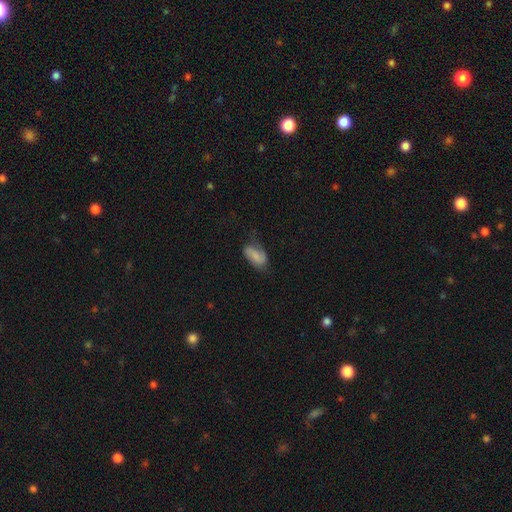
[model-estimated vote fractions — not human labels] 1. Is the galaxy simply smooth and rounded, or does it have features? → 66% smooth, 26% featured or disk, 8% star or artifact.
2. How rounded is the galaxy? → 92% in between, 4% cigar-shaped, 4% round.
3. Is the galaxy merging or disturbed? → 51% none, 32% minor disturbance, 14% major disturbance, 2% merger.